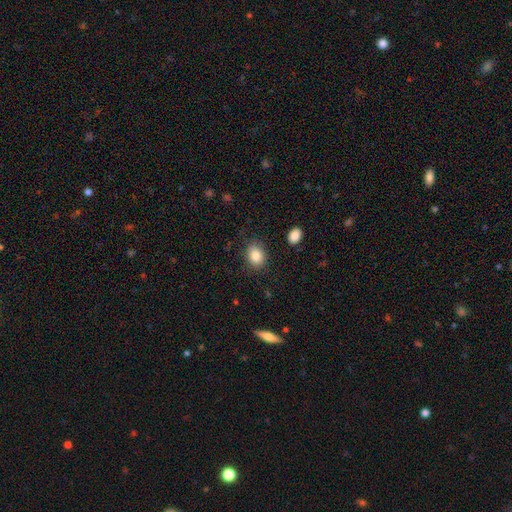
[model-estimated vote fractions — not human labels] smooth_or_featured: smooth (p=0.84) [alt: star or artifact p=0.09]
how_rounded: in between (p=0.64) [alt: round p=0.35]
merging: none (p=0.84) [alt: minor disturbance p=0.11]